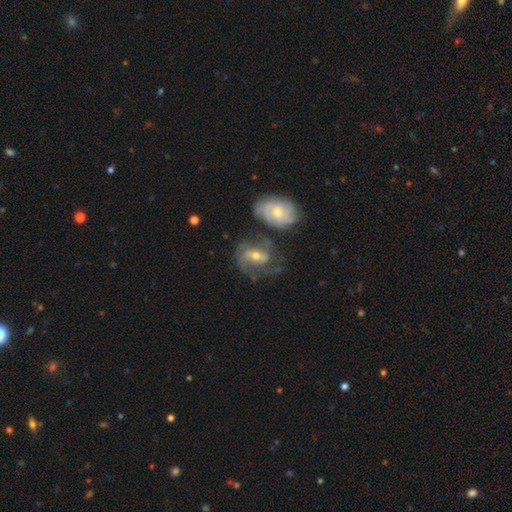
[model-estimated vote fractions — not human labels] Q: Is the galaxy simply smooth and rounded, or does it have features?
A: featured or disk — 79%.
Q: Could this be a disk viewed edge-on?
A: no — 97%.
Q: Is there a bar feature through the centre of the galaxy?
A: weak — 42%.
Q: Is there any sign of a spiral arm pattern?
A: yes — 91%.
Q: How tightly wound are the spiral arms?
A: medium — 45%.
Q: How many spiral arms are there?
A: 2 — 46%.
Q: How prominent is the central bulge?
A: moderate — 54%.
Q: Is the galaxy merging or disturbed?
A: none — 45%.